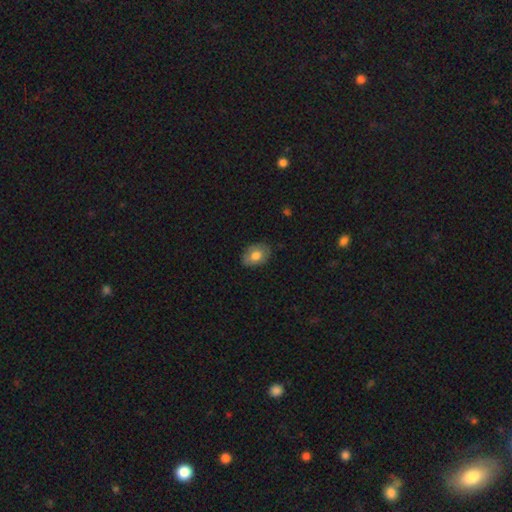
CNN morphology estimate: This appears to be a smooth galaxy with no disk features (75%) that is in between round and cigar-shaped (81%). Merging: none (81%).